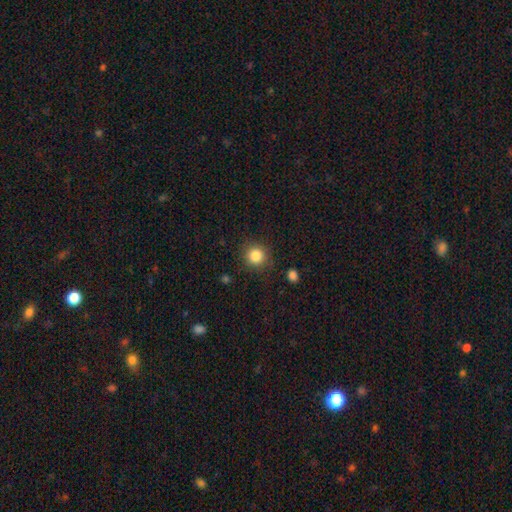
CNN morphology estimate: This is clearly a smooth galaxy (84%). How rounded: clearly round (91%). Merging: clearly none (86%).